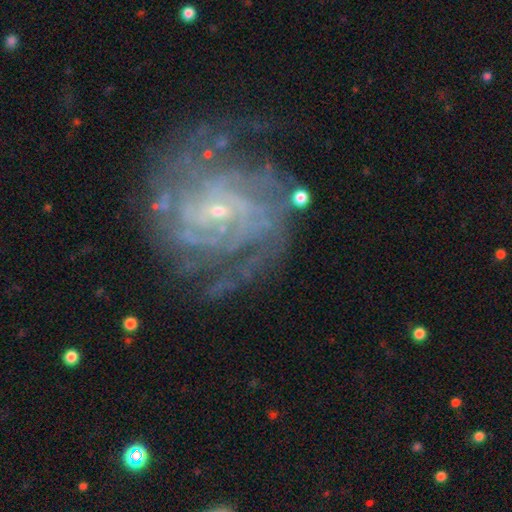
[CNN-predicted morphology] A featured or disk galaxy (88%) with no bar (52%), tight (63%) spiral arms (96%) and a small central bulge (83%).

Vote fractions:
- Smooth or featured? featured or disk: 88% / star or artifact: 7% / smooth: 5%
- Edge-on disk? no: 97% / yes: 3%
- Bar? no: 52% / weak: 38% / strong: 10%
- Spiral arms? yes: 96% / no: 4%
- Spiral winding? tight: 63% / medium: 30% / loose: 7%
- Spiral arm count? can't tell: 30% / 4: 20% / 2: 16% / 3: 15% / more than 4: 12% / 1: 7%
- Bulge size? small: 83% / moderate: 12% / none: 3% / large: 1% / dominant: 1%
- Merging? none: 68% / minor disturbance: 18% / major disturbance: 12% / merger: 2%